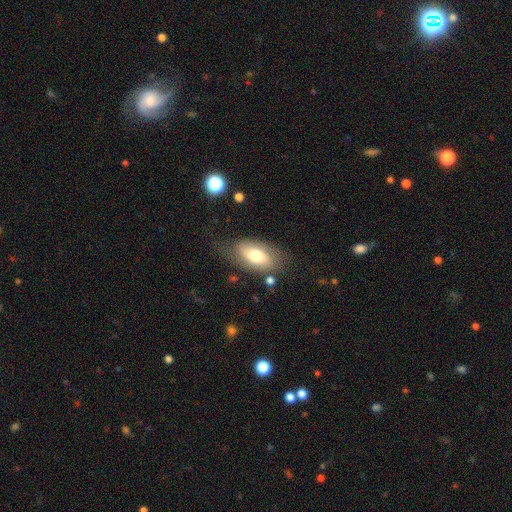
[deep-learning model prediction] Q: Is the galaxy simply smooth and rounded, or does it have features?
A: smooth — 66%.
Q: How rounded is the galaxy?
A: in between — 90%.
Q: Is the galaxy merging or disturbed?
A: none — 66%.